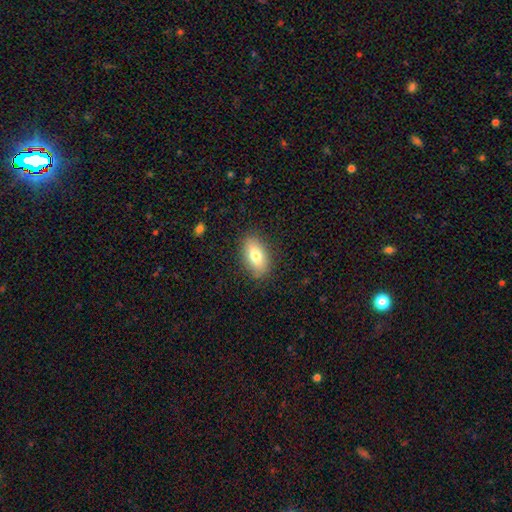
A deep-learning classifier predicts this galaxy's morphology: smooth-or-featured: smooth: 77% | featured or disk: 15% | star or artifact: 8%
  how-rounded: in between: 90% | round: 6% | cigar-shaped: 4%
  merging: none: 86% | minor disturbance: 10% | major disturbance: 3% | merger: 1%